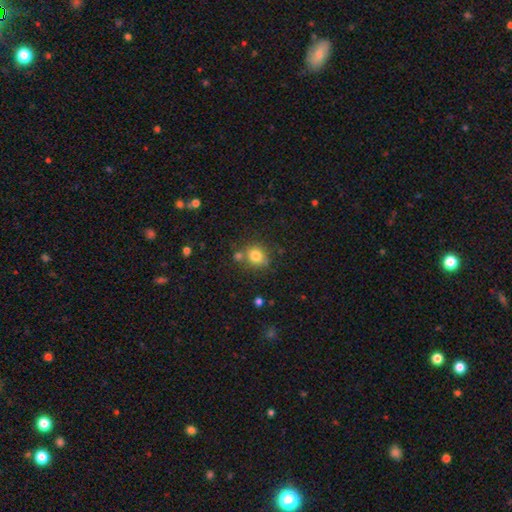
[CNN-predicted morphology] smooth_or_featured: smooth (p=0.80) [alt: star or artifact p=0.12]
how_rounded: round (p=0.77) [alt: in between p=0.22]
merging: none (p=0.69) [alt: merger p=0.15]